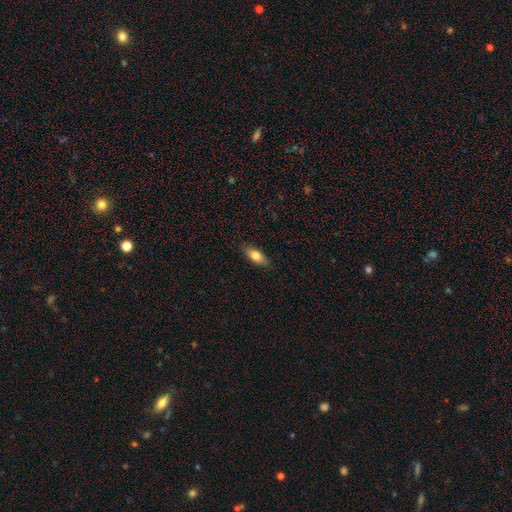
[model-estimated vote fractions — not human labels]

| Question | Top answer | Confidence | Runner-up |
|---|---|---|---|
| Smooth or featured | smooth | 77% | featured or disk (17%) |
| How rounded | in between | 75% | cigar-shaped (22%) |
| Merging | none | 86% | minor disturbance (11%) |